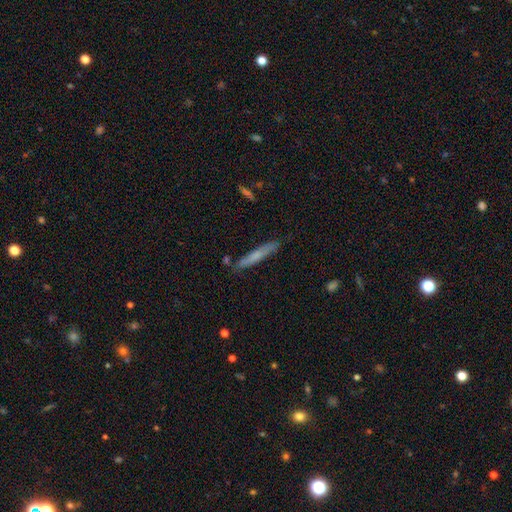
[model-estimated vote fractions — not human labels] A smooth galaxy with no disk features (61%) that is cigar-shaped (94%).

Vote fractions:
- Smooth or featured? smooth: 61% / featured or disk: 33% / star or artifact: 7%
- How rounded? cigar-shaped: 94% / in between: 4% / round: 1%
- Merging? none: 83% / minor disturbance: 12% / merger: 3% / major disturbance: 2%